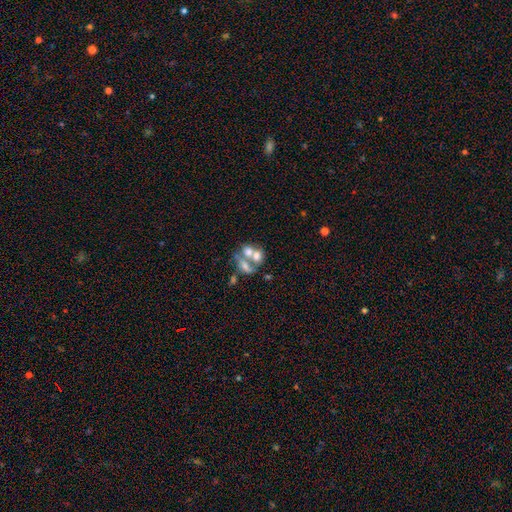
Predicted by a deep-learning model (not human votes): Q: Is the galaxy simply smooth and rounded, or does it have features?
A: smooth — 53%.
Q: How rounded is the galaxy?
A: in between — 62%.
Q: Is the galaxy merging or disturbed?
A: merger — 65%.